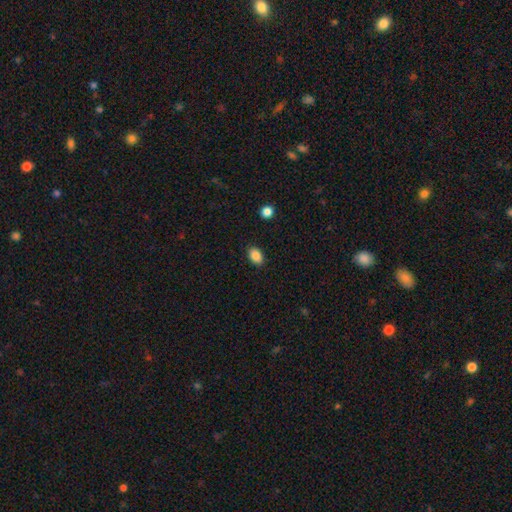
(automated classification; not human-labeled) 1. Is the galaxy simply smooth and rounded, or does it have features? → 87% smooth, 8% star or artifact, 4% featured or disk.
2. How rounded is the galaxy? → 85% in between, 14% round, 1% cigar-shaped.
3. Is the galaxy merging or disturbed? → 89% none, 8% minor disturbance, 2% major disturbance, 1% merger.